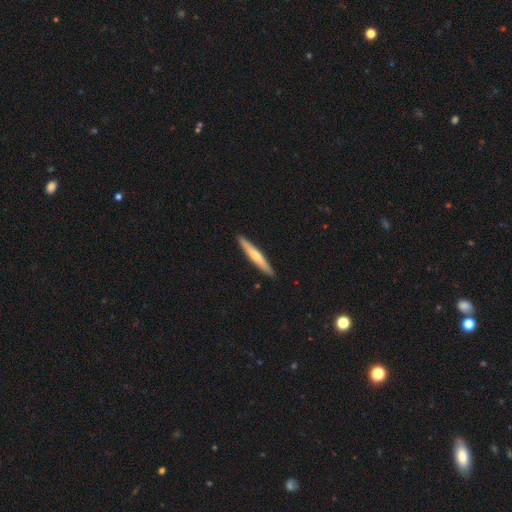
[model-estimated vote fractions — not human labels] smooth 52%, featured or disk 43%, star or artifact 5%. Down the decision tree: how rounded — cigar-shaped (95%); merging — none (92%).